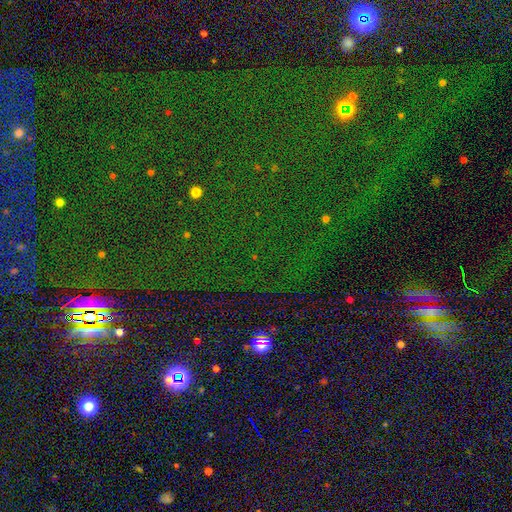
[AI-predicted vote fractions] A star or artifact, not a galaxy (82%).